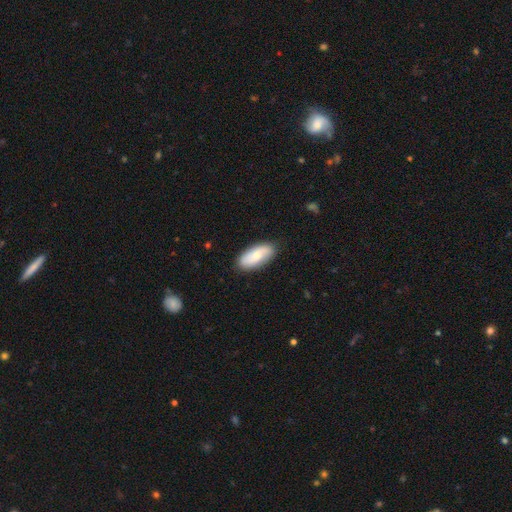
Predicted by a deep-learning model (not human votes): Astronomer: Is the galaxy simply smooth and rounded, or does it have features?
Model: smooth — 65%.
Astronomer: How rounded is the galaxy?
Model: in between — 87%.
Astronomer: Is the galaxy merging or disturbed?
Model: none — 86%.